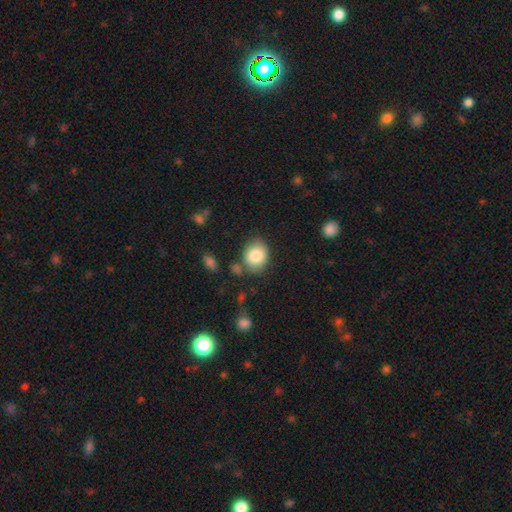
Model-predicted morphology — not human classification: Smooth or featured? Predicted: smooth (p=0.83). How rounded? Predicted: round (p=0.52). Merging? Predicted: none (p=0.75).